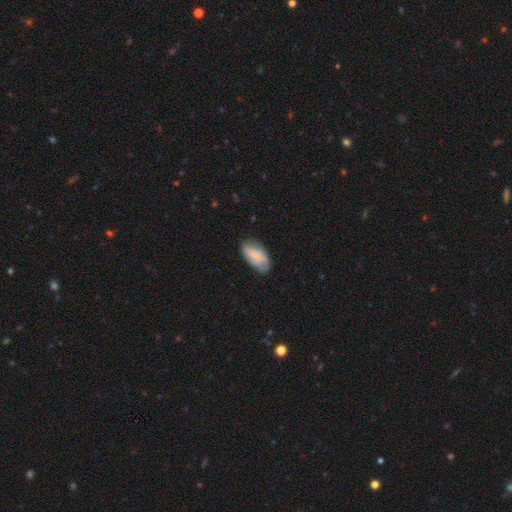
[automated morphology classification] Q: Smooth or featured?
A: smooth (70%); runner-up: featured or disk (24%)
Q: How rounded?
A: in between (94%); runner-up: round (3%)
Q: Merging?
A: none (65%); runner-up: minor disturbance (27%)